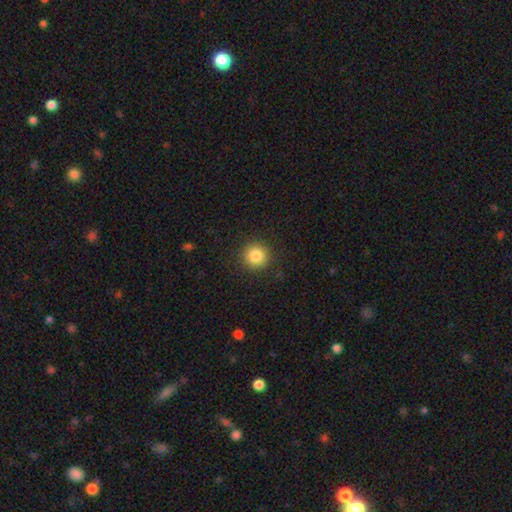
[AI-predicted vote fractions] smooth 85%, star or artifact 10%, featured or disk 5%. Down the decision tree: how rounded — round (95%); merging — none (91%).